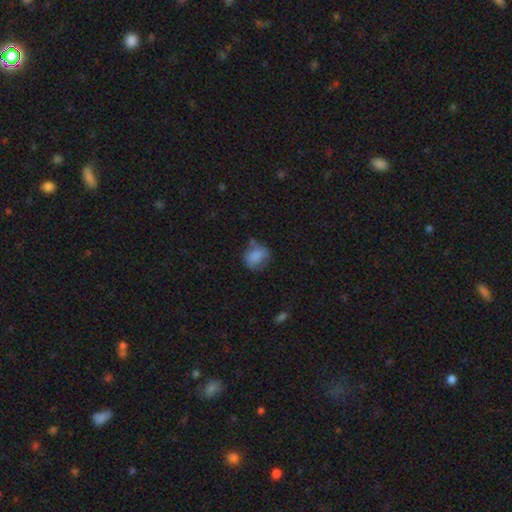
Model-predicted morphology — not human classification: This appears to be a smooth galaxy with no disk features (78%) that is round (60%). Merging: none (50%).